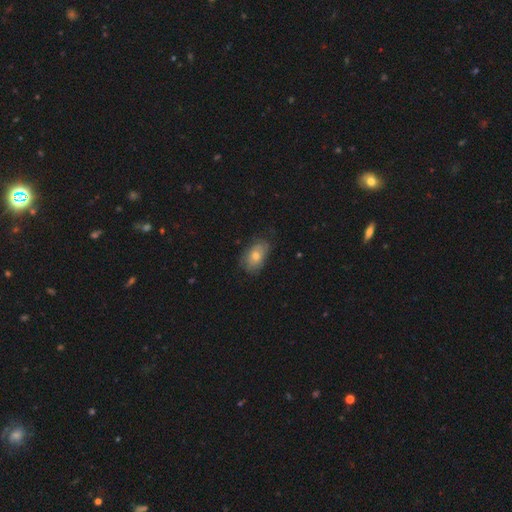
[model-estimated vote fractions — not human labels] Smooth or featured?
  - smooth: 59% *
  - featured or disk: 31%
  - star or artifact: 10%
How rounded?
  - in between: 86% *
  - round: 12%
  - cigar-shaped: 2%
Merging?
  - none: 67% *
  - minor disturbance: 25%
  - major disturbance: 6%
  - merger: 1%